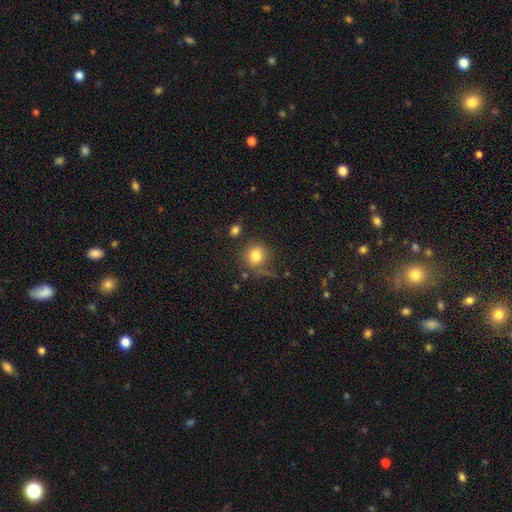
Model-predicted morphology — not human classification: Smooth or featured?
  - smooth: 81% *
  - star or artifact: 11%
  - featured or disk: 8%
How rounded?
  - round: 85% *
  - in between: 14%
  - cigar-shaped: 1%
Merging?
  - none: 70% *
  - minor disturbance: 17%
  - major disturbance: 7%
  - merger: 7%